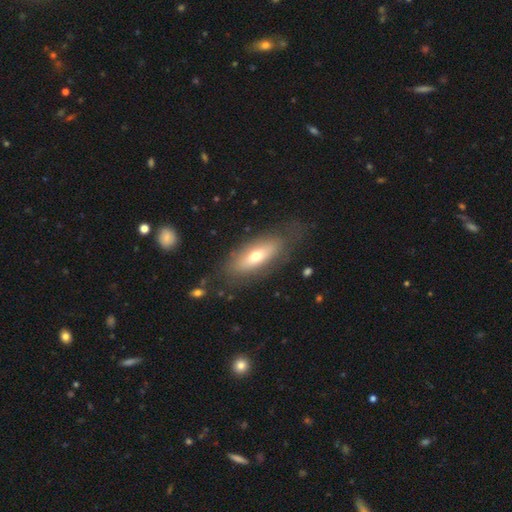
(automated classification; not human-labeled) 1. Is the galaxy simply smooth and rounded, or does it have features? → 59% smooth, 33% featured or disk, 8% star or artifact.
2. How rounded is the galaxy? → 74% in between, 22% cigar-shaped, 4% round.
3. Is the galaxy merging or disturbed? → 71% none, 17% minor disturbance, 10% major disturbance, 2% merger.